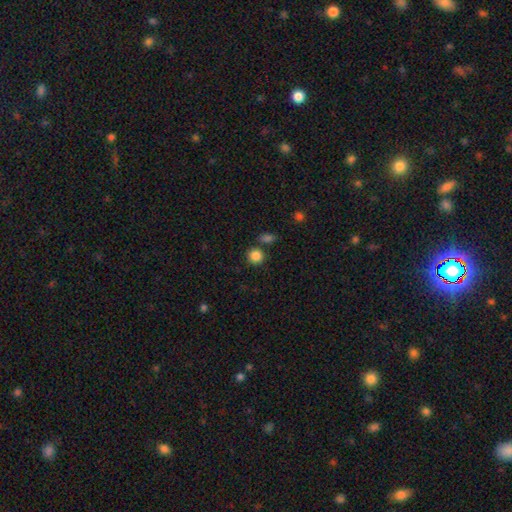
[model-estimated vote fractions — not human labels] smooth 85%, star or artifact 10%, featured or disk 5%. Down the decision tree: how rounded — round (90%); merging — none (78%).